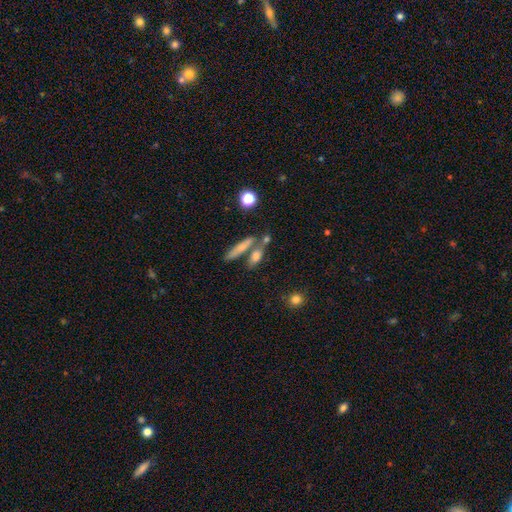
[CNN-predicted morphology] Smooth or featured?
  - smooth: 63% *
  - featured or disk: 27%
  - star or artifact: 11%
How rounded?
  - cigar-shaped: 55% *
  - in between: 37%
  - round: 7%
Merging?
  - none: 52% *
  - merger: 30%
  - minor disturbance: 12%
  - major disturbance: 5%